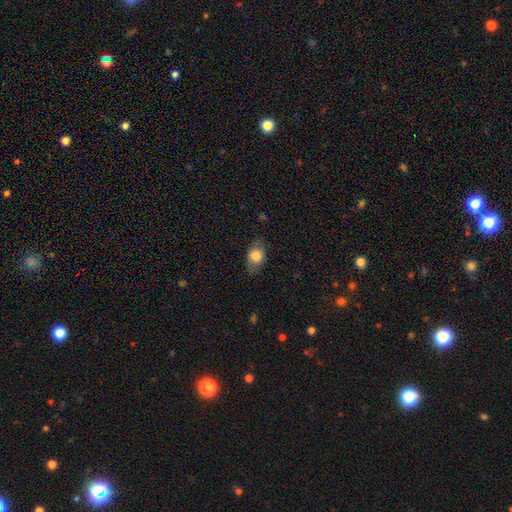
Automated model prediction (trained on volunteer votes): A smooth galaxy with no disk features (76%) that is in between round and cigar-shaped (74%).

Vote fractions:
- Smooth or featured? smooth: 76% / featured or disk: 16% / star or artifact: 8%
- How rounded? in between: 74% / round: 24% / cigar-shaped: 2%
- Merging? none: 74% / minor disturbance: 19% / major disturbance: 6% / merger: 1%